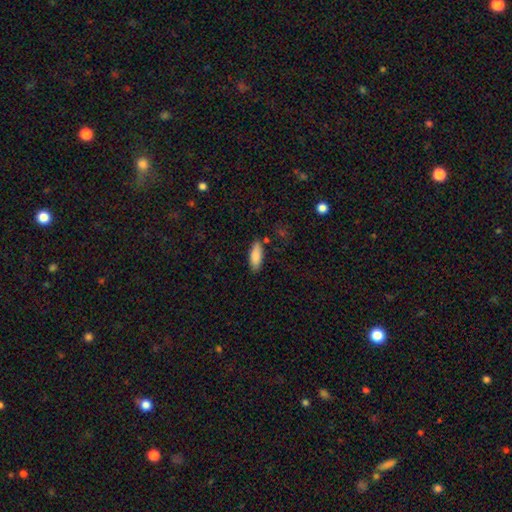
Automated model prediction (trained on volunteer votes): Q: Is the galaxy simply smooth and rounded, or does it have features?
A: smooth — 87%.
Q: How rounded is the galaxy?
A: in between — 71%.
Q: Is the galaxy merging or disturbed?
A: none — 82%.